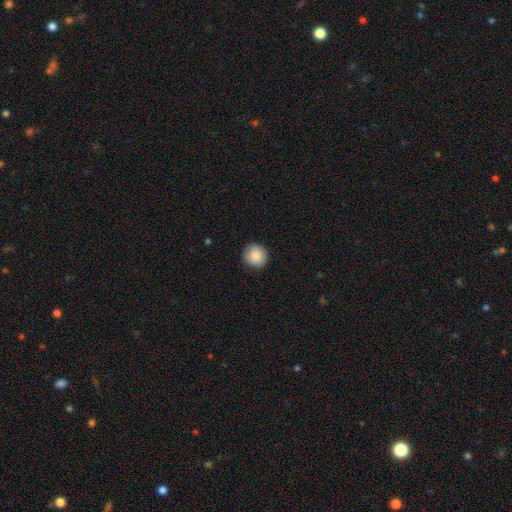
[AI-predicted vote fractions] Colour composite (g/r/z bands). It shows a smooth galaxy with no disk features (87%) that is round (92%). Merging: none (89%).